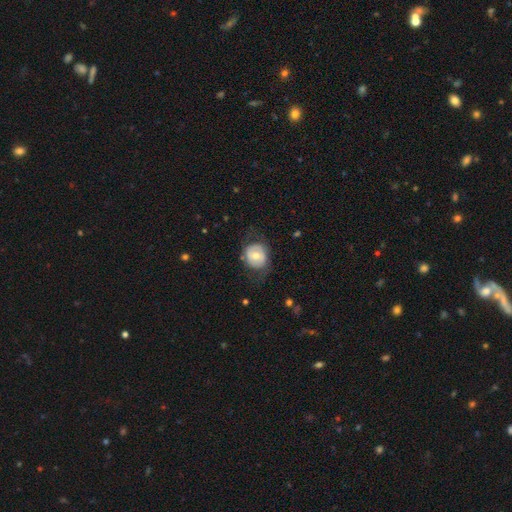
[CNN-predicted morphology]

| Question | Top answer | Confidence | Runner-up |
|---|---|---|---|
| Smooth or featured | smooth | 53% | featured or disk (40%) |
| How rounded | round | 74% | in between (25%) |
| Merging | none | 64% | minor disturbance (21%) |